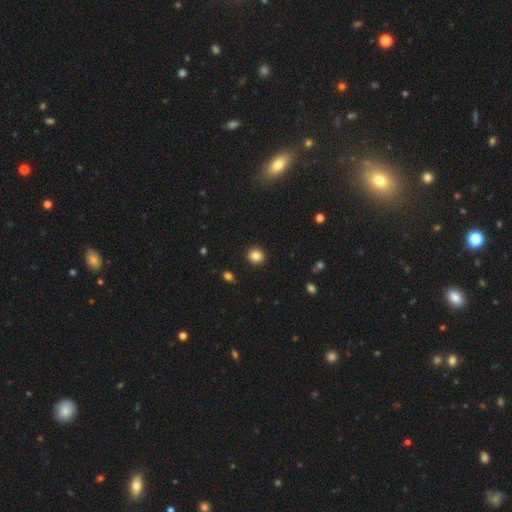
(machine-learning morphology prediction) The model was most divided on "smooth or featured": smooth: 84%, star or artifact: 10%, featured or disk: 5%. More confident: merging — none (92%); how rounded — round (88%).